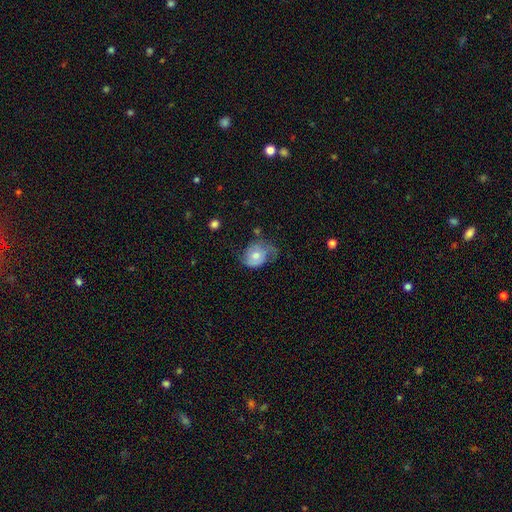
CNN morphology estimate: A featured or disk galaxy (49%). Merging: none (38%).